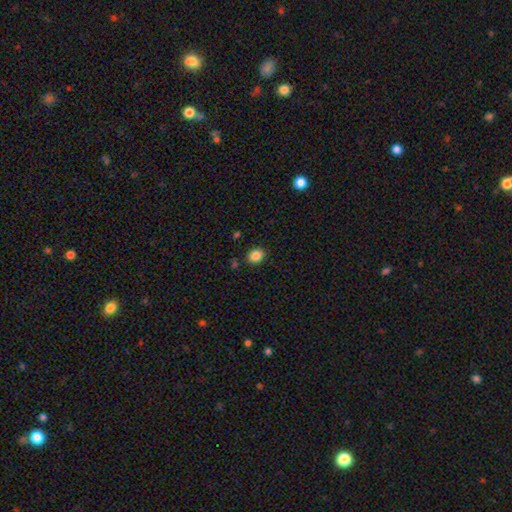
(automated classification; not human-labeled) A smooth galaxy with no disk features (86%) that is round (60%).

Vote fractions:
- Smooth or featured? smooth: 86% / star or artifact: 10% / featured or disk: 4%
- How rounded? round: 60% / in between: 39% / cigar-shaped: 1%
- Merging? none: 86% / minor disturbance: 8% / merger: 3% / major disturbance: 2%